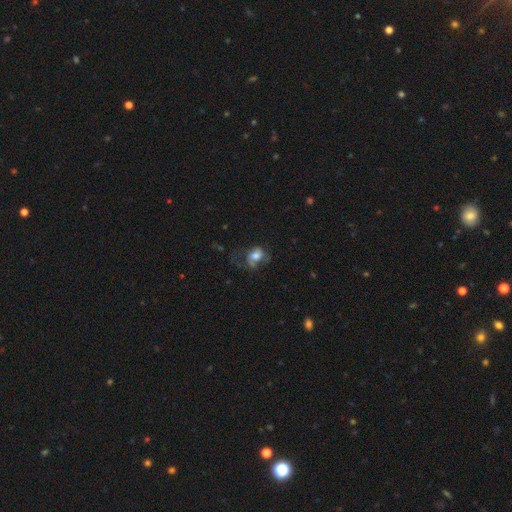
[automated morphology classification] Smooth or featured? smooth (60%)
How rounded? in between (61%)
Merging? major disturbance (39%)